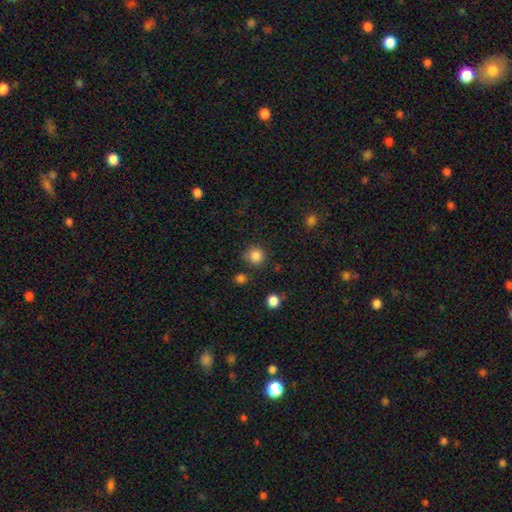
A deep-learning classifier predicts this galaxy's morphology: Q: Smooth or featured?
A: smooth (84%); runner-up: star or artifact (12%)
Q: How rounded?
A: round (91%); runner-up: in between (9%)
Q: Merging?
A: none (79%); runner-up: minor disturbance (12%)